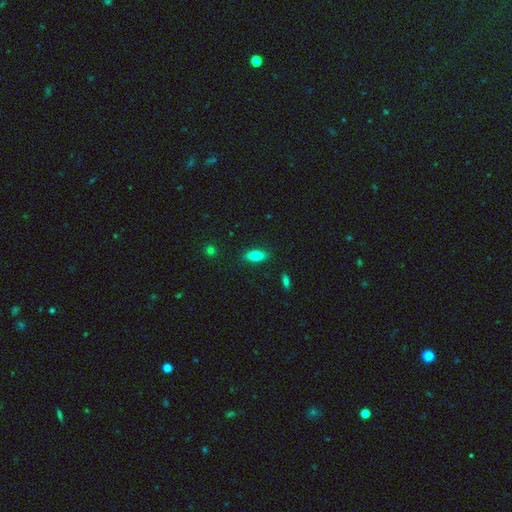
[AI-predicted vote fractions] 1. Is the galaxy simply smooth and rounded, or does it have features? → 78% smooth, 15% featured or disk, 8% star or artifact.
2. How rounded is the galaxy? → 75% in between, 23% cigar-shaped, 3% round.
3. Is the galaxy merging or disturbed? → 87% none, 10% minor disturbance, 2% major disturbance, 1% merger.